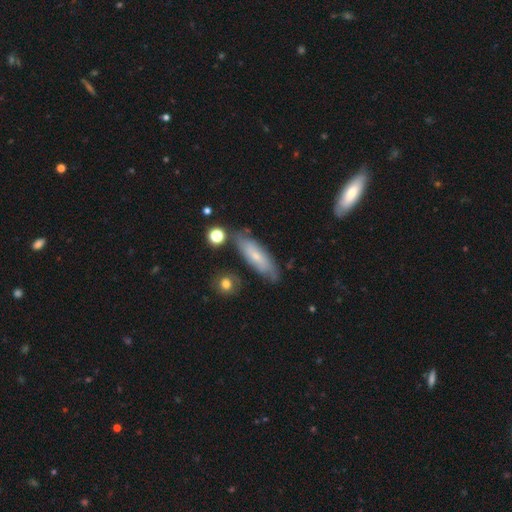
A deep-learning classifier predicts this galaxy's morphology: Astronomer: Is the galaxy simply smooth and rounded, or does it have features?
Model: smooth — 50% (runner-up: featured or disk, 43%).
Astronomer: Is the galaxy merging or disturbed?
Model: none — 72%.